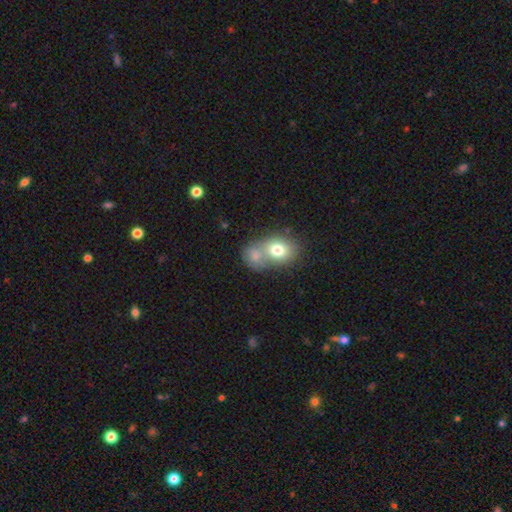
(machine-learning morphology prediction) A smooth galaxy with no disk features (74%) that is round (52%). Merging: merger (61%).